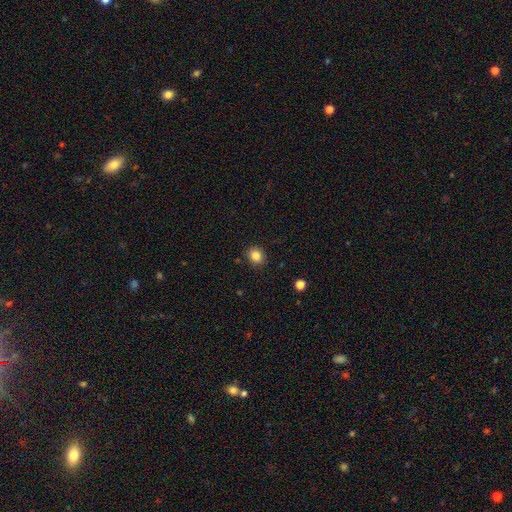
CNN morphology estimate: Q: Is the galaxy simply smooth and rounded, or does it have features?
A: smooth — 84%.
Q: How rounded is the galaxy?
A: round — 76%.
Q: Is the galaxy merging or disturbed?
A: none — 90%.